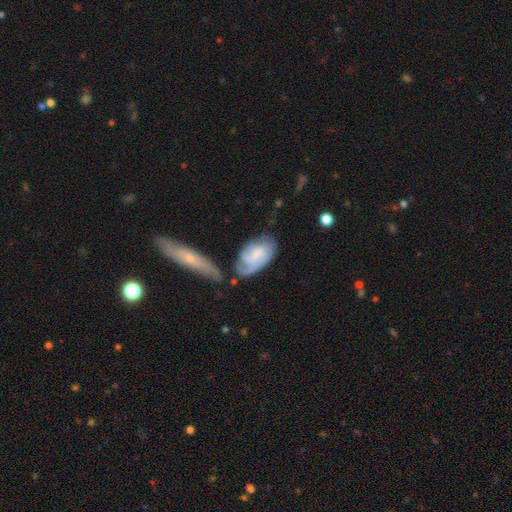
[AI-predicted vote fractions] The model was most divided on "merging": none: 43%, minor disturbance: 27%, major disturbance: 17%, merger: 13%. Remaining: edge-on disk — no (94%); spiral arms — yes (84%); smooth or featured — featured or disk (56%); bar — no (55%); bulge size — small (49%).